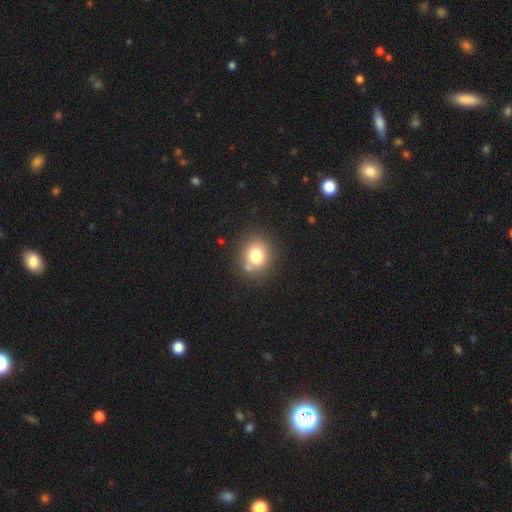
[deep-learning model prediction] Overall: smooth (77%). How rounded: round (75%). Merging: none (76%).